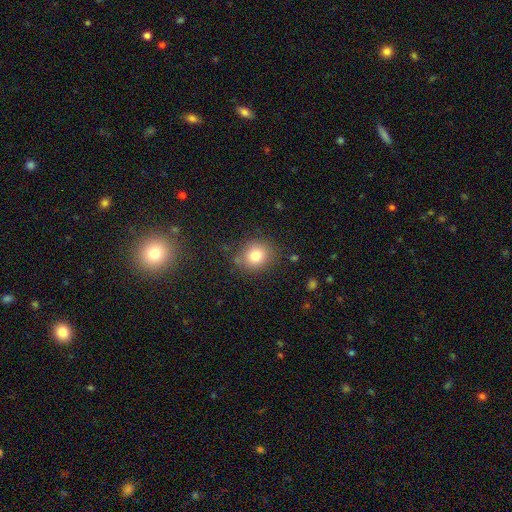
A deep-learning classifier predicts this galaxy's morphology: Smooth or featured? smooth (80%)
How rounded? round (75%)
Merging? none (80%)